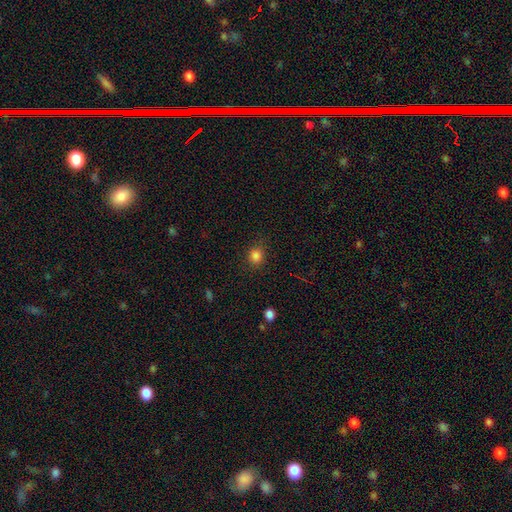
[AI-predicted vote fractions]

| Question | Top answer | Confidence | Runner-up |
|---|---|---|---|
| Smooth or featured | smooth | 83% | star or artifact (13%) |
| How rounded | round | 80% | in between (19%) |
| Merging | none | 84% | minor disturbance (11%) |